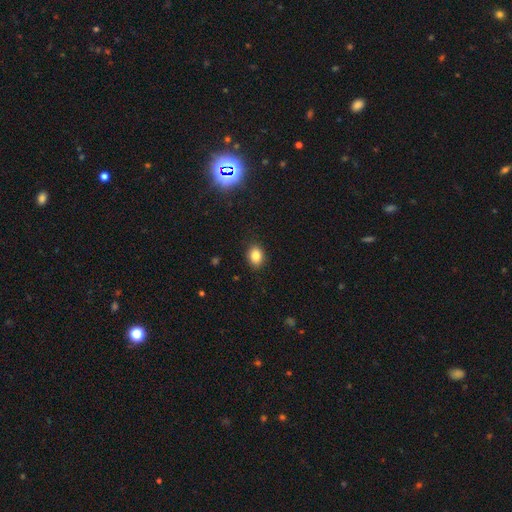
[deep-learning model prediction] The model was most divided on "how rounded": in between: 61%, round: 38%, cigar-shaped: 1%. More confident: merging — none (88%); smooth or featured — smooth (84%).